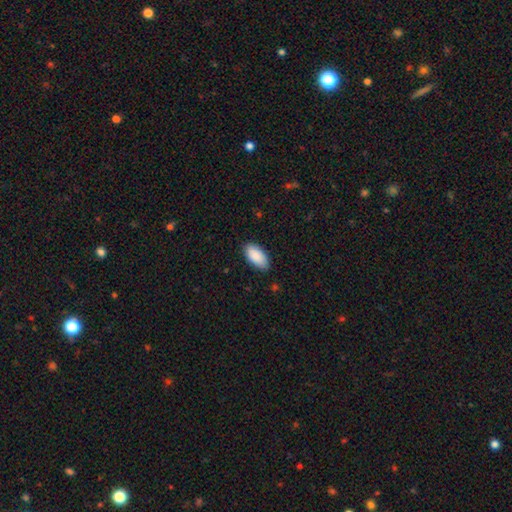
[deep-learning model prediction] Q: Smooth or featured?
A: smooth (90%); runner-up: star or artifact (6%)
Q: How rounded?
A: in between (95%); runner-up: cigar-shaped (3%)
Q: Merging?
A: none (85%); runner-up: minor disturbance (12%)